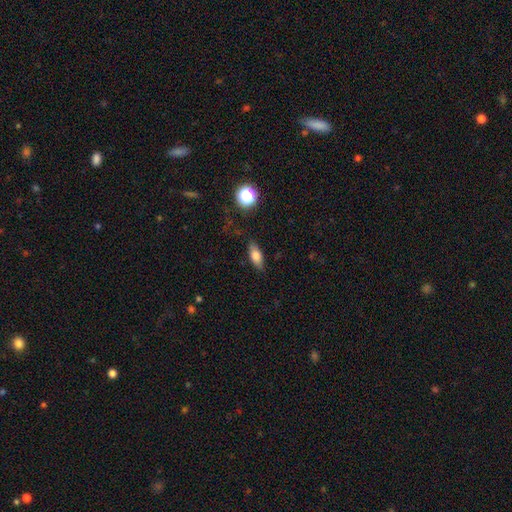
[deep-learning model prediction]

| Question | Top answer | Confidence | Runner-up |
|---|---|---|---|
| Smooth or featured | smooth | 72% | featured or disk (19%) |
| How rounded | in between | 76% | cigar-shaped (19%) |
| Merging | none | 81% | minor disturbance (13%) |